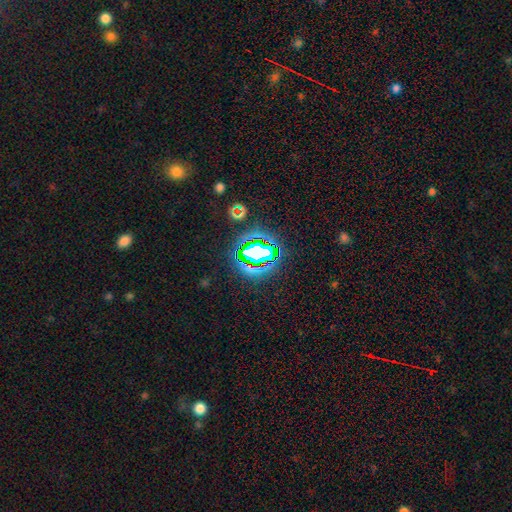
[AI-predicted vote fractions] Smooth or featured? star or artifact (63%)